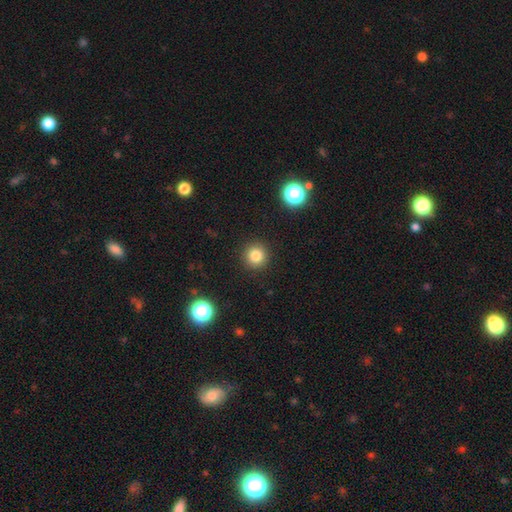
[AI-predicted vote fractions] smooth 81%, star or artifact 13%, featured or disk 6%. Down the decision tree: how rounded — round (94%); merging — none (91%).